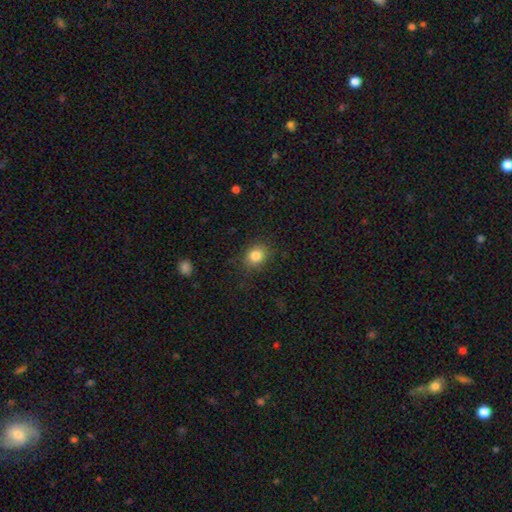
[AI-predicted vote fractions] smooth-or-featured: smooth: 84% | star or artifact: 10% | featured or disk: 6%
  how-rounded: round: 57% | in between: 42% | cigar-shaped: 1%
  merging: none: 82% | minor disturbance: 13% | major disturbance: 4% | merger: 1%